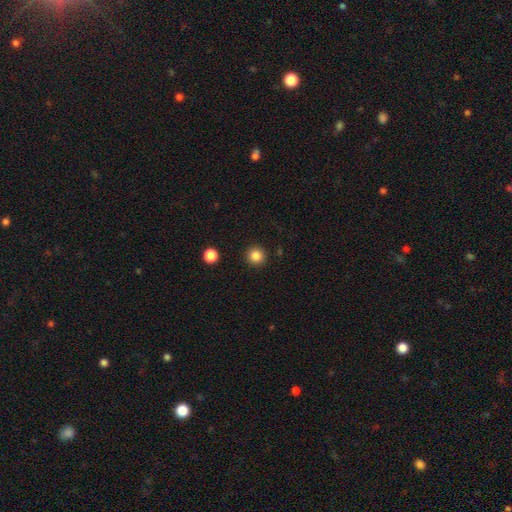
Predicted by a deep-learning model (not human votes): This appears to be a smooth galaxy with no disk features (85%) that is round (95%). Merging: none (92%).